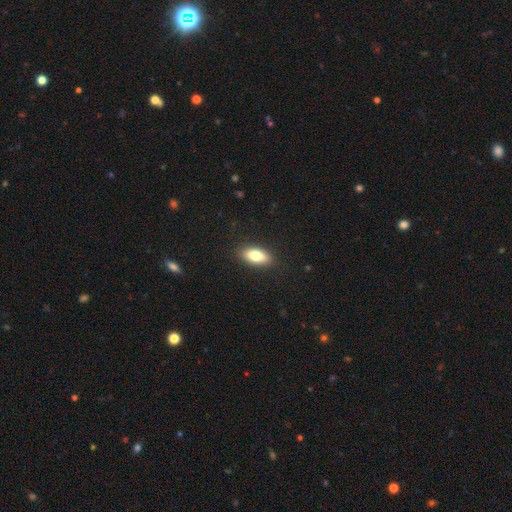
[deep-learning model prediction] Overall: smooth (78%). How rounded: in between (84%). Merging: none (89%).